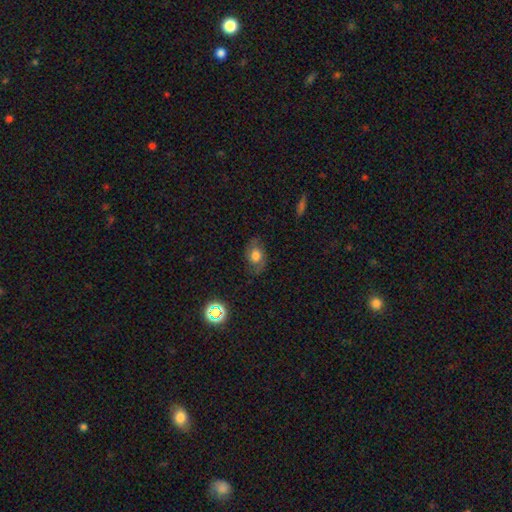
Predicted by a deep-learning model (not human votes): smooth_or_featured: smooth (p=0.44) [alt: featured or disk p=0.42]
merging: none (p=0.68) [alt: minor disturbance p=0.21]